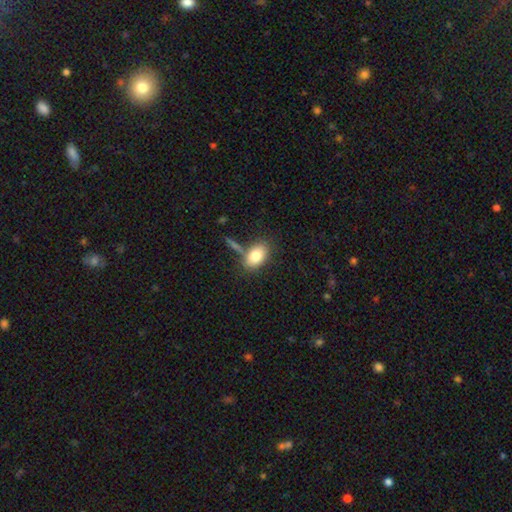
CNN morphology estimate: smooth 81%, featured or disk 11%, star or artifact 8%. Down the decision tree: how rounded — in between (86%); merging — none (64%).